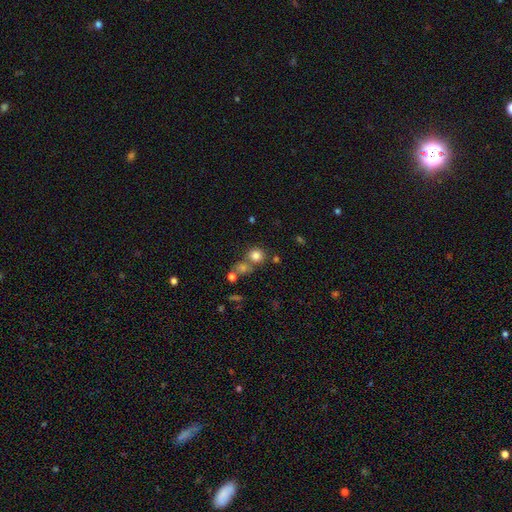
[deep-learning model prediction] Smooth or featured? Predicted: smooth (p=0.78). How rounded? Predicted: round (p=0.86). Merging? Predicted: none (p=0.61).